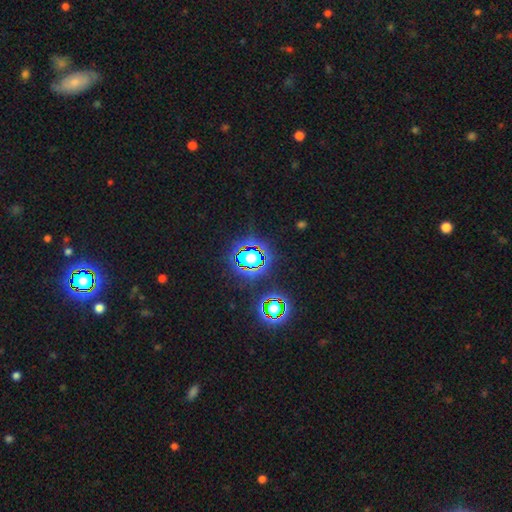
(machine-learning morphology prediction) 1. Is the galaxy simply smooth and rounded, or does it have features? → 80% star or artifact, 12% smooth, 8% featured or disk.